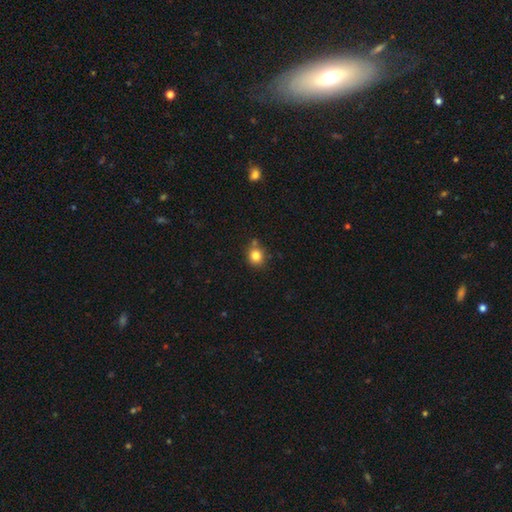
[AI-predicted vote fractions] The model was most divided on "merging": none: 71%, minor disturbance: 15%, merger: 10%, major disturbance: 3%. More confident: smooth or featured — smooth (82%); how rounded — round (77%).